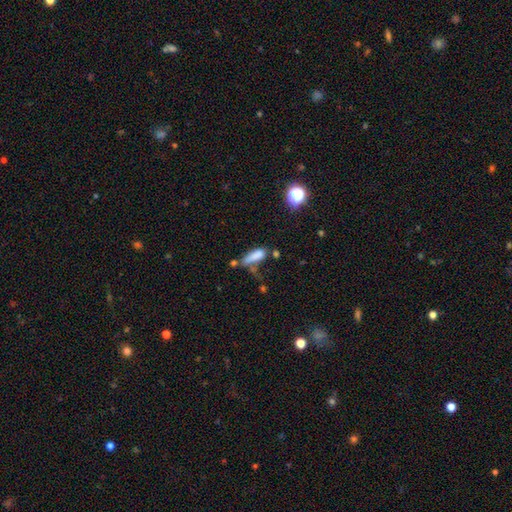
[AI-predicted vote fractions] Overall: smooth (75%). How rounded: in between (56%; cigar-shaped 41%). Merging: none (33%; minor disturbance 24%).